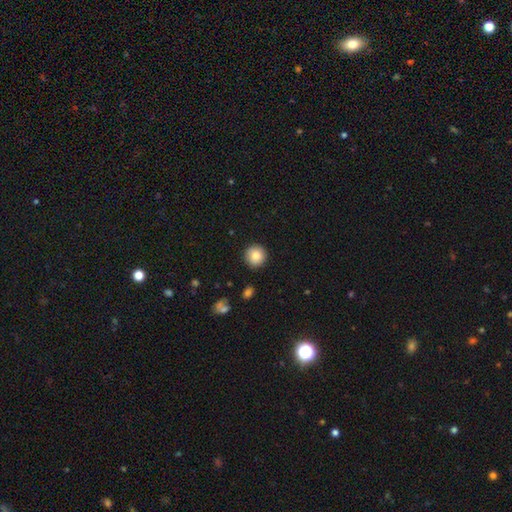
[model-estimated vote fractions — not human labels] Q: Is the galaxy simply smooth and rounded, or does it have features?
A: smooth — 84%.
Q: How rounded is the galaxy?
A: round — 94%.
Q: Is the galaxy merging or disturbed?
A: none — 90%.